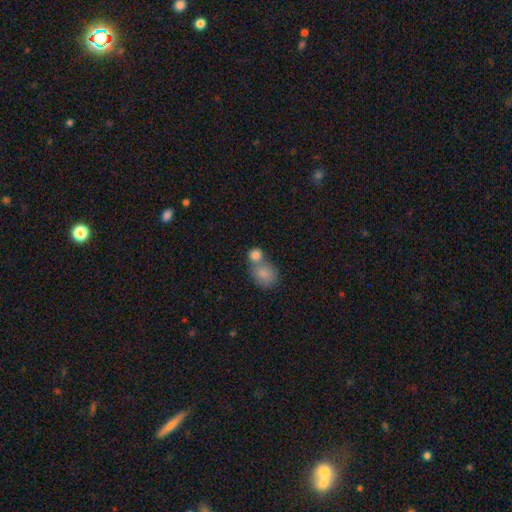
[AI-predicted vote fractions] smooth_or_featured: smooth (p=0.83) [alt: star or artifact p=0.09]
how_rounded: round (p=0.73) [alt: in between p=0.26]
merging: merger (p=0.52) [alt: none p=0.36]